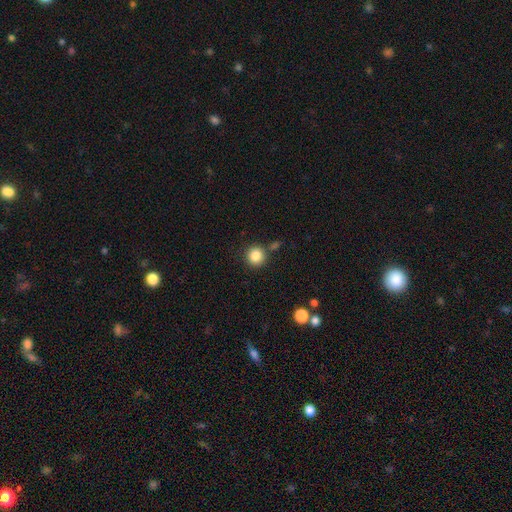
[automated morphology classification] Smooth or featured? smooth (85%)
How rounded? round (93%)
Merging? none (82%)